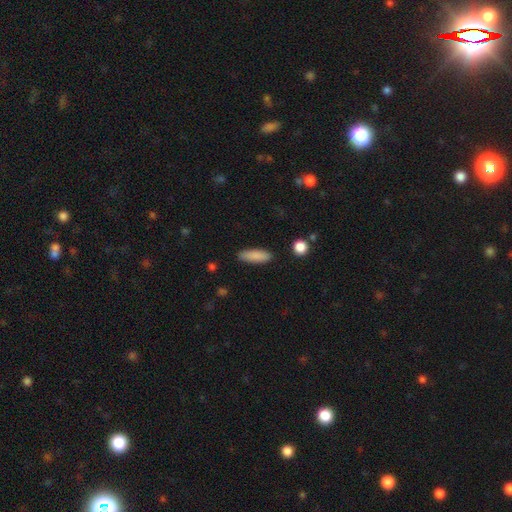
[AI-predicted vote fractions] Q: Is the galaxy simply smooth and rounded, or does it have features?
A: smooth — 87%.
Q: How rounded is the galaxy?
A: in between — 50%.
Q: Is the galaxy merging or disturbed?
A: none — 88%.